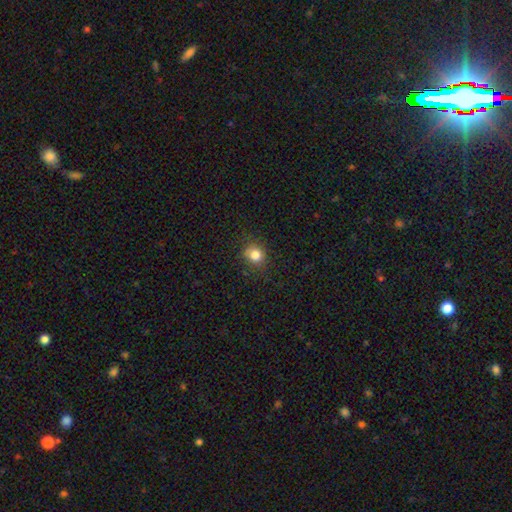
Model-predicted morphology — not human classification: The model was most divided on "how rounded": round: 81%, in between: 18%, cigar-shaped: 1%. More confident: merging — none (83%); smooth or featured — smooth (82%).